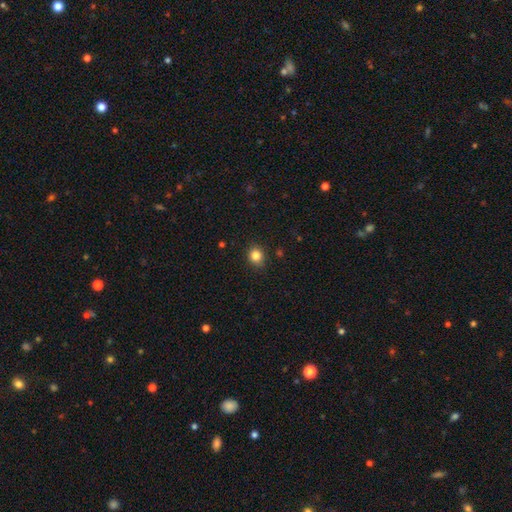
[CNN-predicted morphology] type=smooth (84%); roundness=round (76%); merging=none (89%).